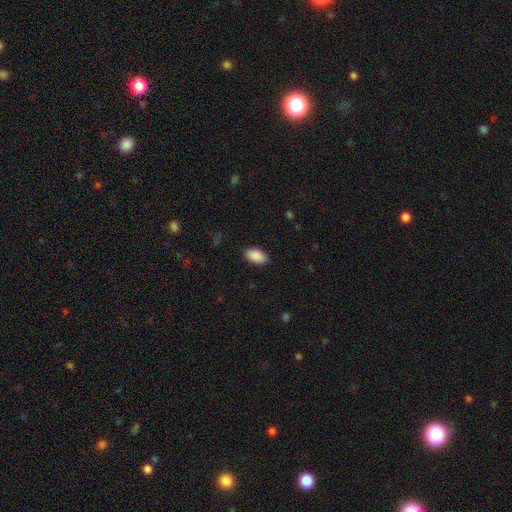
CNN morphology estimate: A smooth galaxy with no disk features (91%) that is in between round and cigar-shaped (95%).

Vote fractions:
- Smooth or featured? smooth: 91% / star or artifact: 6% / featured or disk: 3%
- How rounded? in between: 95% / round: 3% / cigar-shaped: 2%
- Merging? none: 87% / minor disturbance: 10% / major disturbance: 2% / merger: 1%